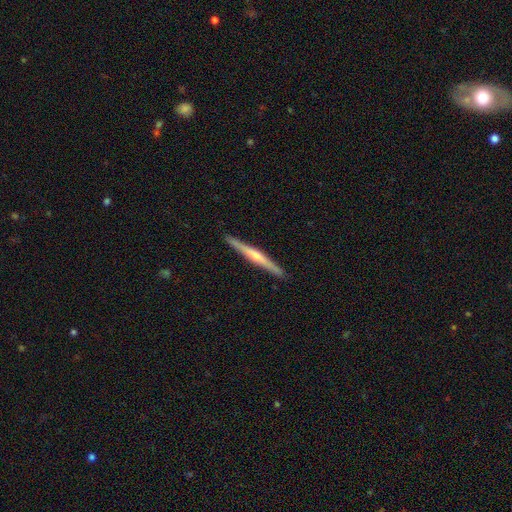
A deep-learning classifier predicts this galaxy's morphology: smooth_or_featured: featured or disk (p=0.67) [alt: smooth p=0.28]
disk_edge_on: yes (p=0.98) [alt: no p=0.02]
edge_on_bulge: rounded (p=0.70) [alt: none p=0.22]
merging: none (p=0.92) [alt: minor disturbance p=0.06]